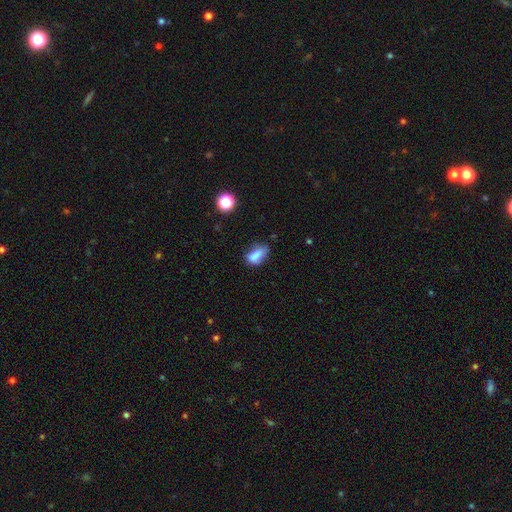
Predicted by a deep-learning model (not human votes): Smooth or featured? smooth (77%)
How rounded? in between (82%)
Merging? none (49%)